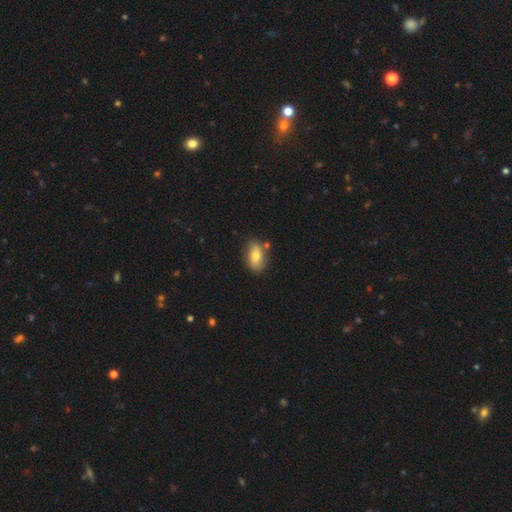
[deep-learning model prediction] Smooth or featured: smooth — 68% (featured or disk — 25%)
How rounded: in between — 88% (round — 9%)
Merging: none — 74% (minor disturbance — 15%)